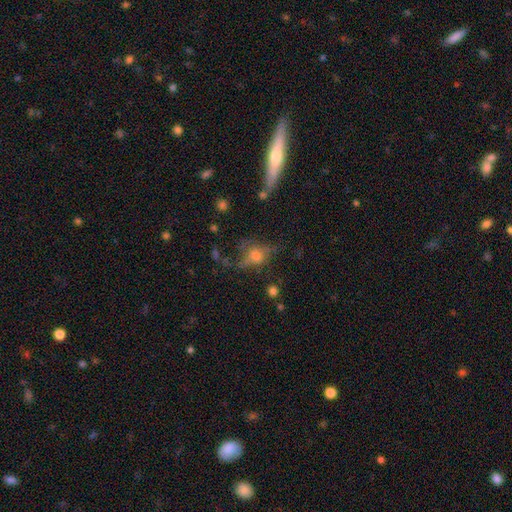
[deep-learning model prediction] Overall: smooth (41%; featured or disk 39%). Merging: none (49%; major disturbance 26%).